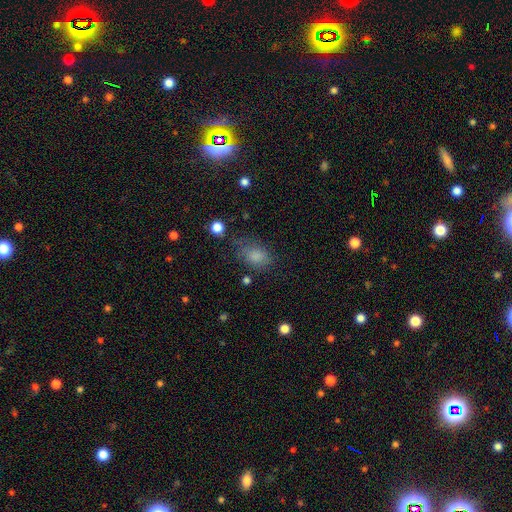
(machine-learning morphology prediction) Q: Smooth or featured?
A: smooth (80%); runner-up: star or artifact (11%)
Q: How rounded?
A: in between (75%); runner-up: round (24%)
Q: Merging?
A: none (59%); runner-up: minor disturbance (26%)